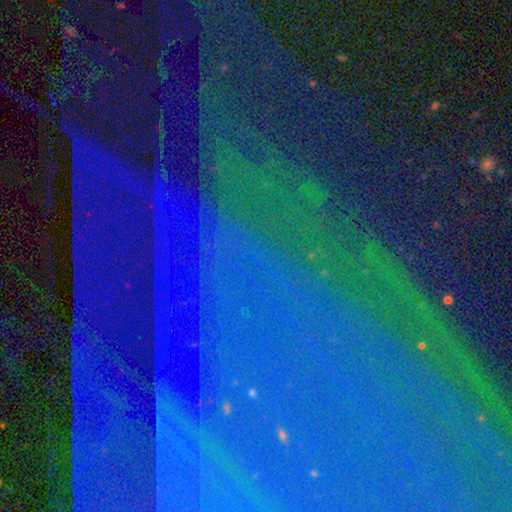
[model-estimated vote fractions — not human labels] smooth-or-featured: star or artifact: 86% | featured or disk: 8% | smooth: 7%